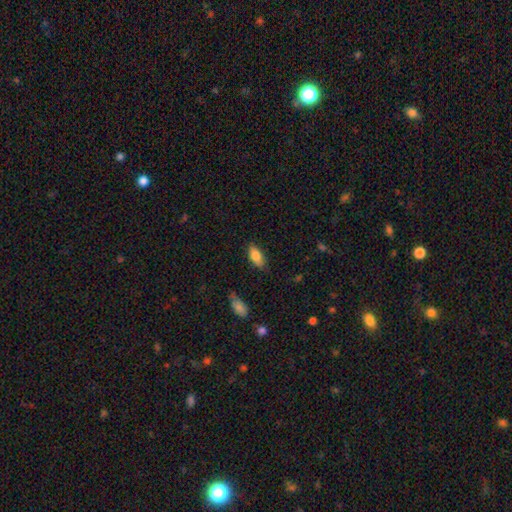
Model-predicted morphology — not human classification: smooth_or_featured: smooth (p=0.81) [alt: featured or disk p=0.12]
how_rounded: in between (p=0.85) [alt: cigar-shaped p=0.12]
merging: none (p=0.77) [alt: minor disturbance p=0.18]